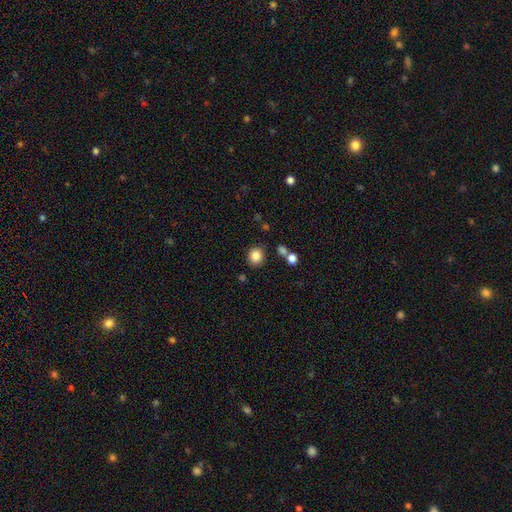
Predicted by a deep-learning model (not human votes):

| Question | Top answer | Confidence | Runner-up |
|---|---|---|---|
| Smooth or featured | smooth | 85% | star or artifact (10%) |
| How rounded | round | 80% | in between (19%) |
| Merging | none | 84% | minor disturbance (8%) |